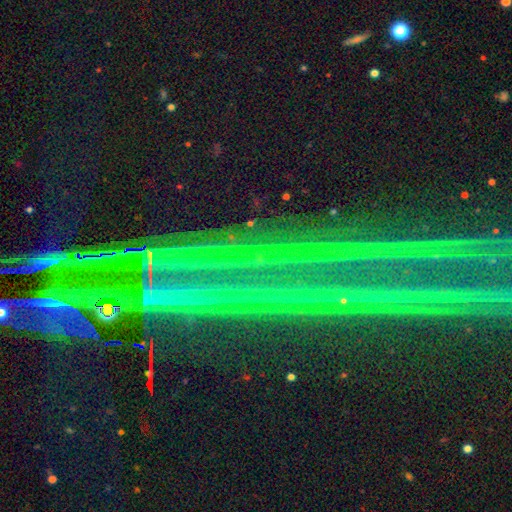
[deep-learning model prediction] star or artifact 88%, featured or disk 7%, smooth 5%.